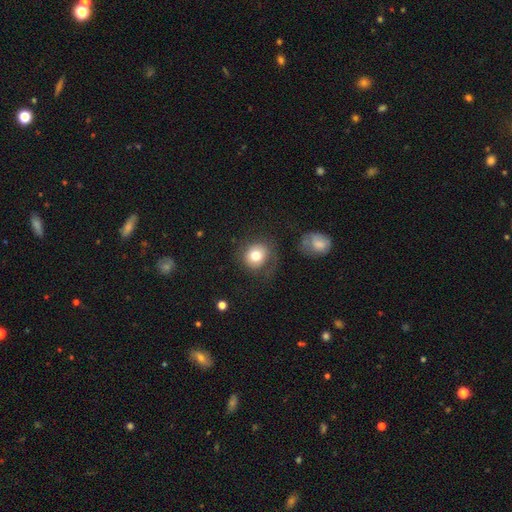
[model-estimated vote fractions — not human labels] The model was most divided on "merging": none: 66%, minor disturbance: 18%, major disturbance: 13%, merger: 3%. More confident: how rounded — round (81%); smooth or featured — smooth (77%).